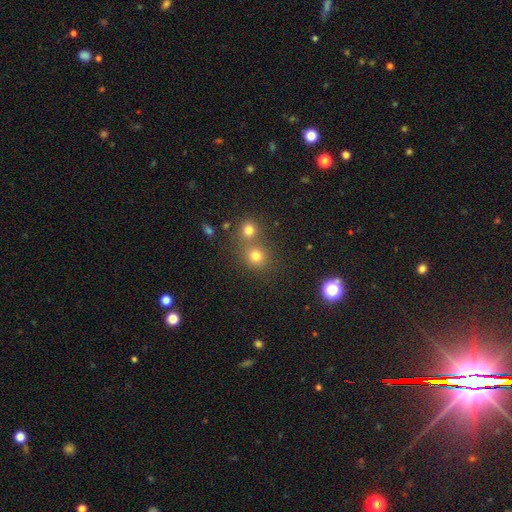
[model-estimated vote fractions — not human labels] This is likely a smooth galaxy (73%). How rounded: clearly round (86%). Merging: likely none (61%).